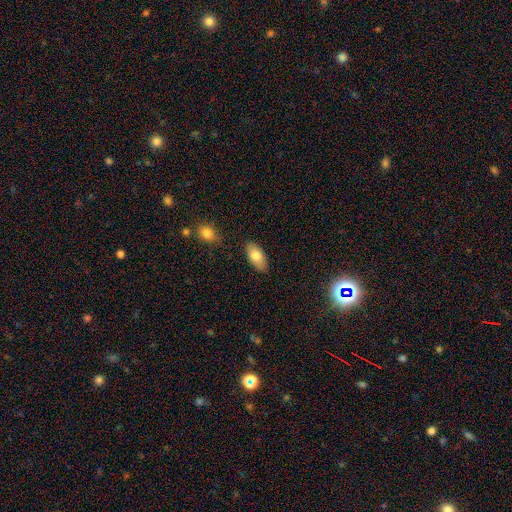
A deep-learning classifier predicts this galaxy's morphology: Q: Smooth or featured?
A: smooth (79%); runner-up: featured or disk (14%)
Q: How rounded?
A: in between (92%); runner-up: cigar-shaped (5%)
Q: Merging?
A: none (86%); runner-up: minor disturbance (10%)